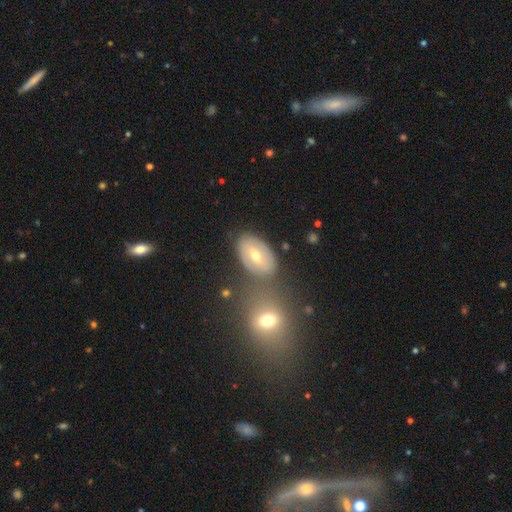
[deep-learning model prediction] Smooth or featured? featured or disk (48%)
Merging? none (65%)